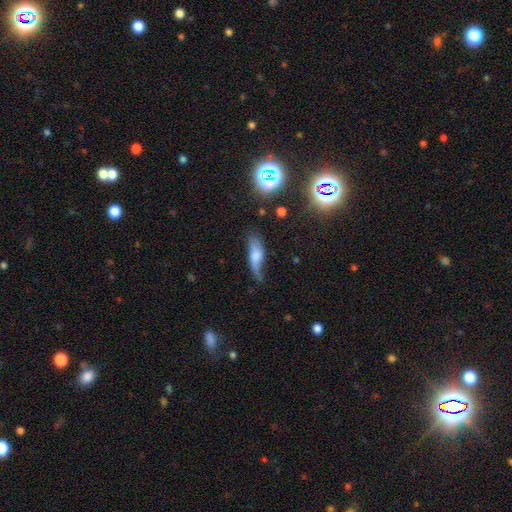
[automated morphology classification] type=smooth (54%); roundness=in between (51%); merging=none (43%).